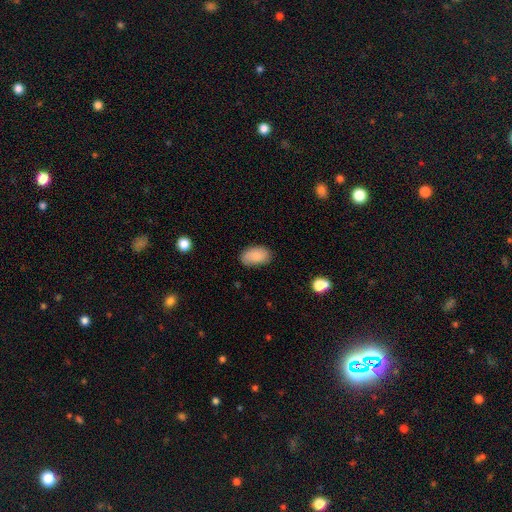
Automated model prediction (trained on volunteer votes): smooth_or_featured: smooth (p=0.86) [alt: featured or disk p=0.08]
how_rounded: in between (p=0.94) [alt: round p=0.05]
merging: none (p=0.80) [alt: minor disturbance p=0.16]